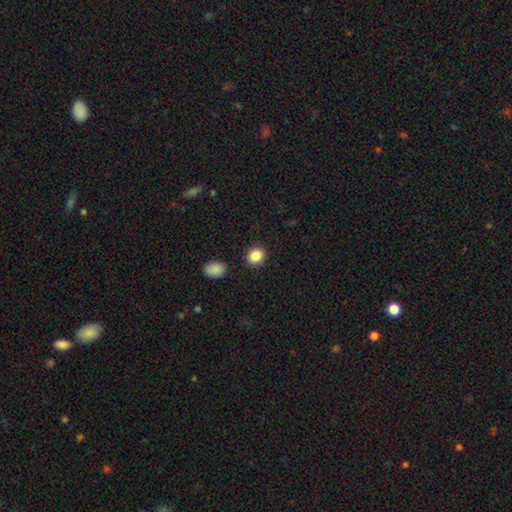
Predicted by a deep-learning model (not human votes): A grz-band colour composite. It shows a smooth galaxy with no disk features (87%) that is round (58%). Merging: none (87%).